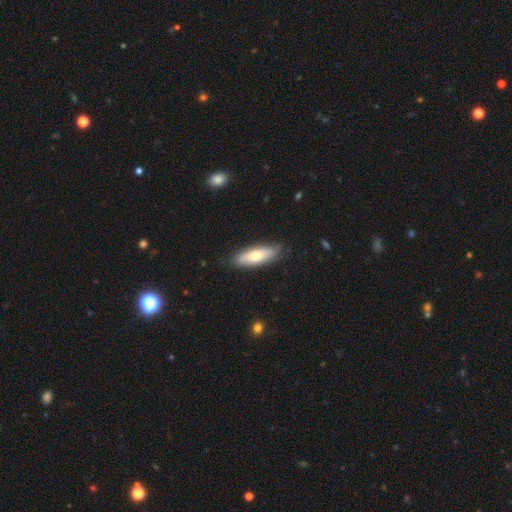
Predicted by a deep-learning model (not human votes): The model was most divided on "how rounded": in between: 57%, cigar-shaped: 41%, round: 2%. More confident: merging — none (84%); smooth or featured — smooth (66%).